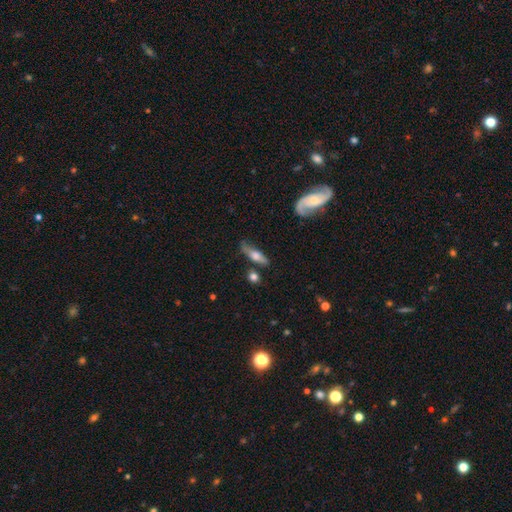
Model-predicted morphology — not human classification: Smooth or featured: smooth — 48% (featured or disk — 45%)
Merging: none — 63% (minor disturbance — 21%)